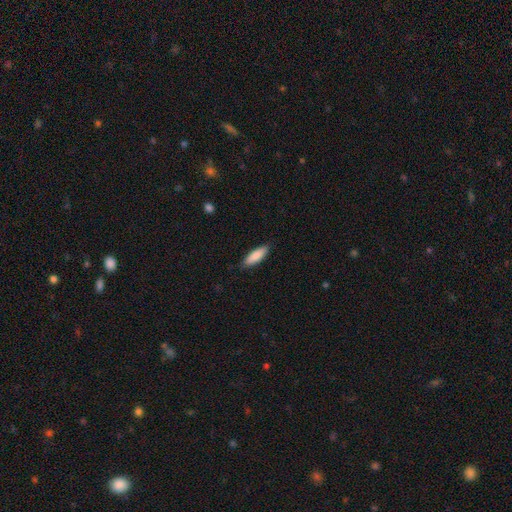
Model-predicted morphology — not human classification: Smooth or featured?
  - smooth: 86% *
  - featured or disk: 8%
  - star or artifact: 5%
How rounded?
  - in between: 53% *
  - cigar-shaped: 46%
  - round: 2%
Merging?
  - none: 86% *
  - minor disturbance: 11%
  - major disturbance: 2%
  - merger: 1%